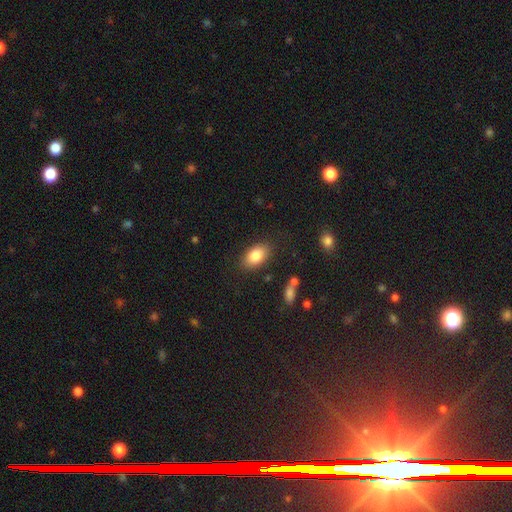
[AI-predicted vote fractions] A smooth galaxy with no disk features (84%) that is in between round and cigar-shaped (90%). Merging: none (83%).